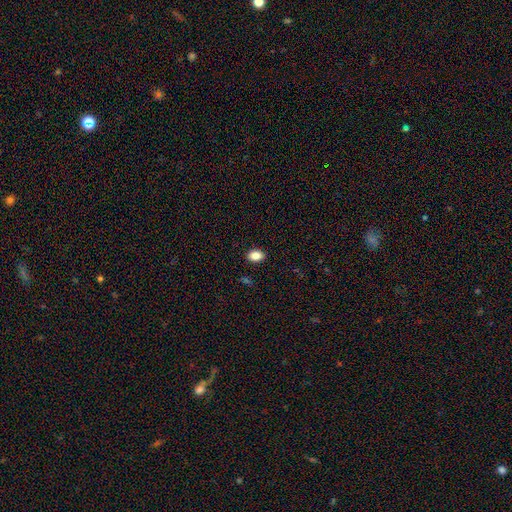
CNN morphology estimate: This is clearly a smooth galaxy (86%). How rounded: clearly in between (81%). Merging: clearly none (90%).